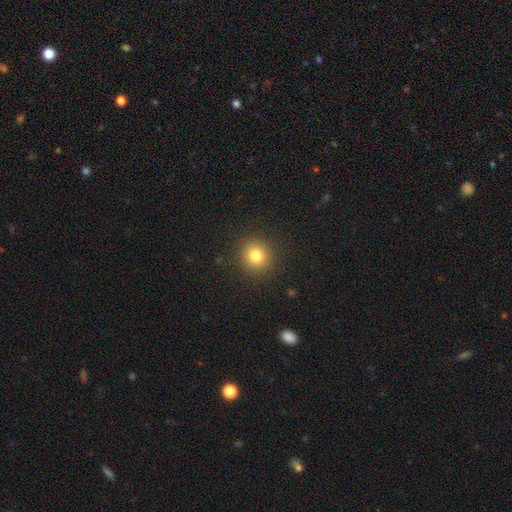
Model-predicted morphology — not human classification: A smooth galaxy with no disk features (81%) that is round (90%).

Vote fractions:
- Smooth or featured? smooth: 81% / star or artifact: 12% / featured or disk: 7%
- How rounded? round: 90% / in between: 9% / cigar-shaped: 1%
- Merging? none: 90% / minor disturbance: 6% / major disturbance: 3% / merger: 1%